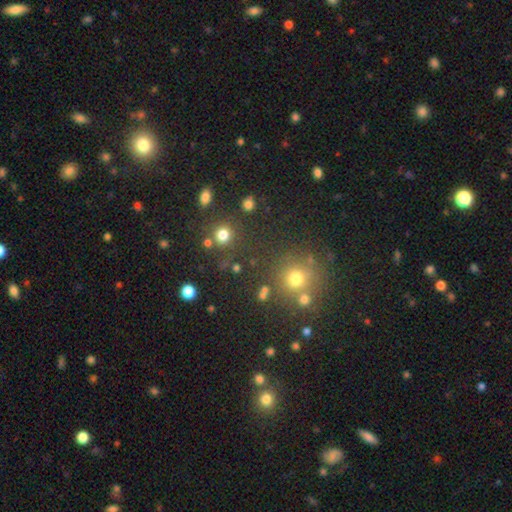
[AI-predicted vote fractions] smooth-or-featured: smooth: 50% | star or artifact: 42% | featured or disk: 8%
  merging: none: 76% | merger: 12% | minor disturbance: 8% | major disturbance: 4%